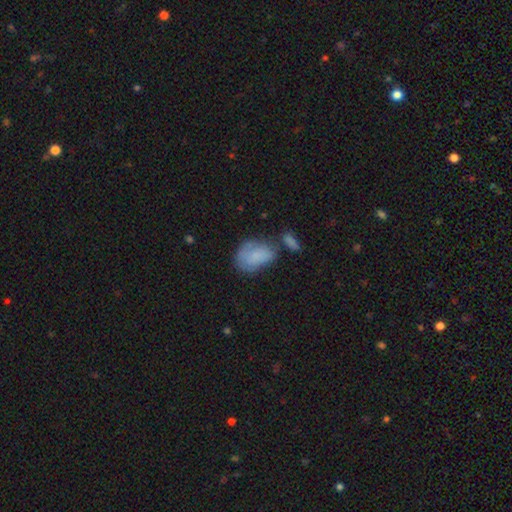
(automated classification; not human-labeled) Smooth or featured? smooth (75%)
How rounded? in between (85%)
Merging? none (37%)